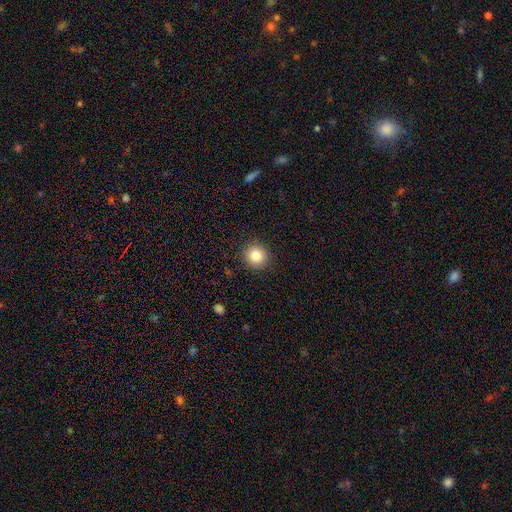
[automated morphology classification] A smooth galaxy with no disk features (83%) that is round (92%). Merging: none (91%).